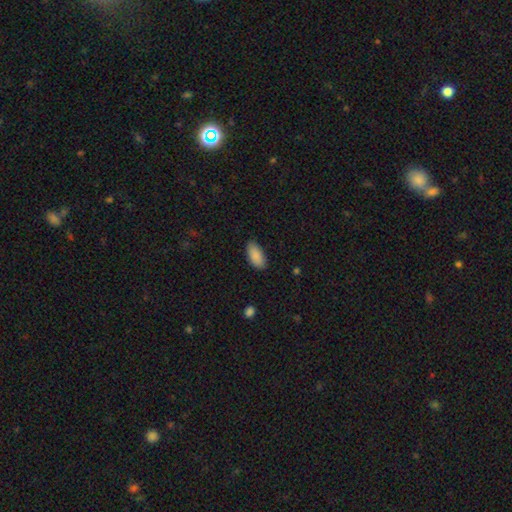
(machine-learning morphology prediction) type=smooth (89%); roundness=in between (92%); merging=none (84%).